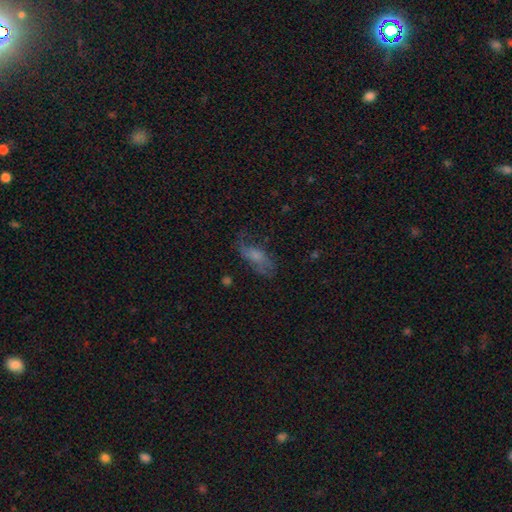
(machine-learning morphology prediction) A smooth galaxy with no disk features (50%). Merging: none (46%).